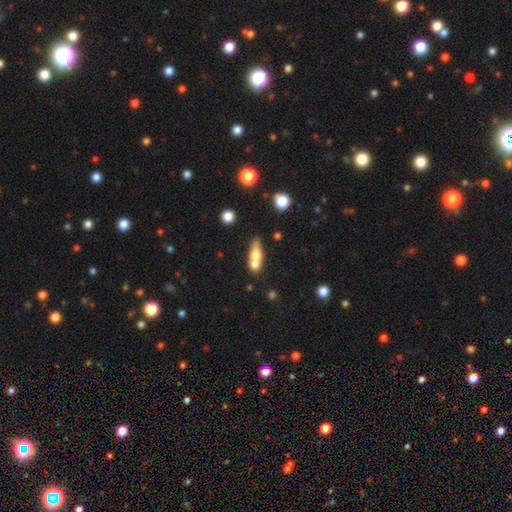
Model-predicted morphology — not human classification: Smooth or featured: smooth — 62% (featured or disk — 29%)
How rounded: in between — 49% (cigar-shaped — 35%)
Merging: merger — 54% (none — 31%)